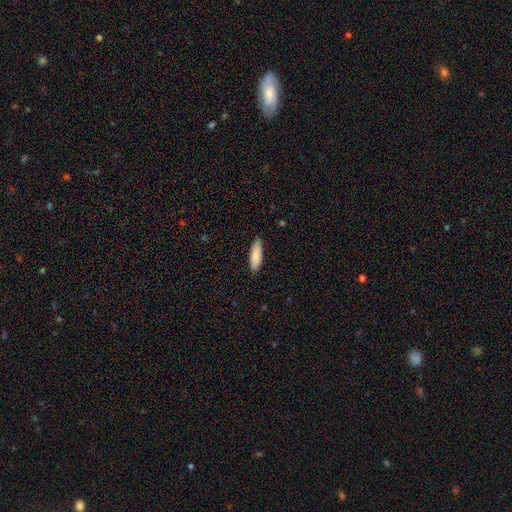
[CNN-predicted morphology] Smooth or featured: smooth — 86% (featured or disk — 8%)
How rounded: in between — 58% (cigar-shaped — 40%)
Merging: none — 85% (minor disturbance — 12%)